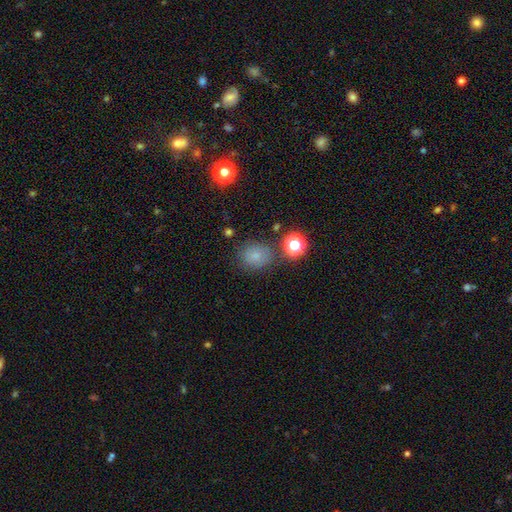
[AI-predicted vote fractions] Morphology: type=smooth (72%); roundness=round (67%); merging=none (75%).